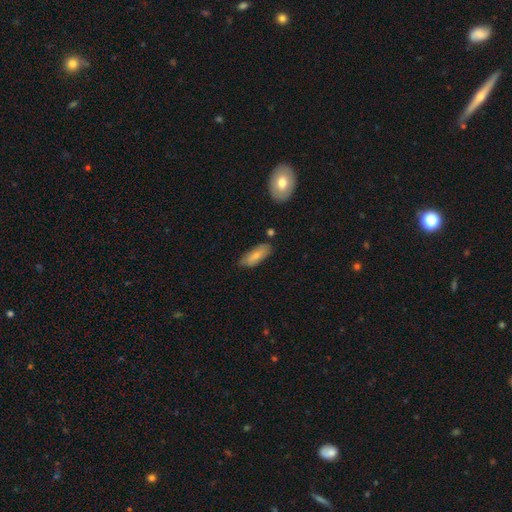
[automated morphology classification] Smooth or featured: smooth — 75% (featured or disk — 19%)
How rounded: in between — 73% (cigar-shaped — 25%)
Merging: none — 76% (minor disturbance — 17%)